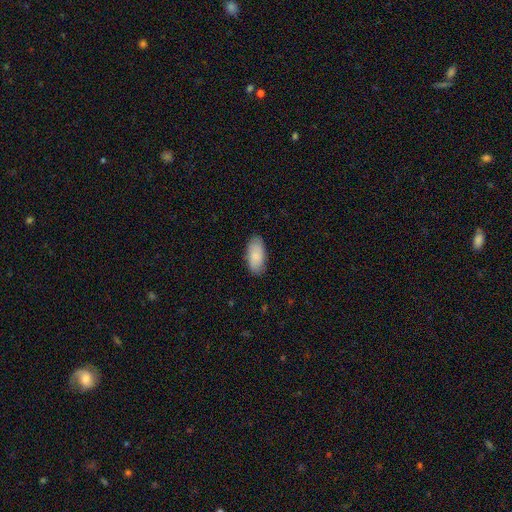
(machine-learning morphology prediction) Smooth or featured?
  - smooth: 84% *
  - featured or disk: 11%
  - star or artifact: 6%
How rounded?
  - in between: 92% *
  - cigar-shaped: 6%
  - round: 2%
Merging?
  - none: 85% *
  - minor disturbance: 12%
  - major disturbance: 2%
  - merger: 1%